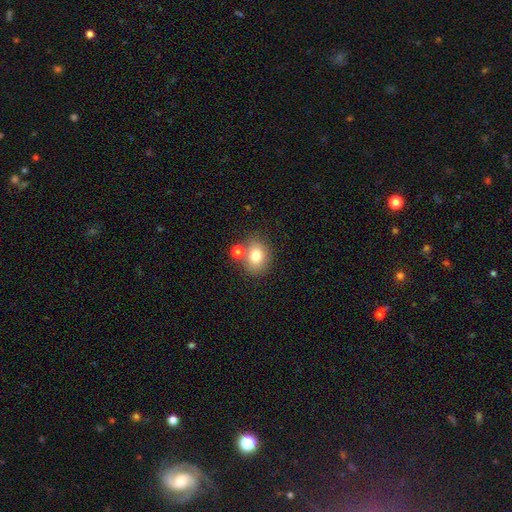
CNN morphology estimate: Smooth or featured? Predicted: smooth (p=0.78). How rounded? Predicted: round (p=0.54). Merging? Predicted: none (p=0.68).